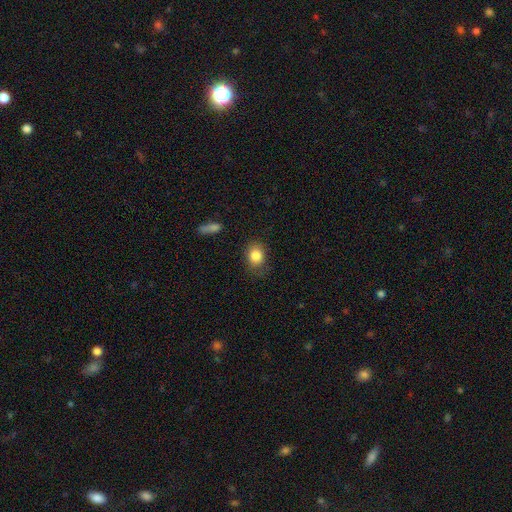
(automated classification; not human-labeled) Q: Smooth or featured?
A: smooth (85%); runner-up: star or artifact (9%)
Q: How rounded?
A: round (51%); runner-up: in between (48%)
Q: Merging?
A: none (76%); runner-up: minor disturbance (18%)